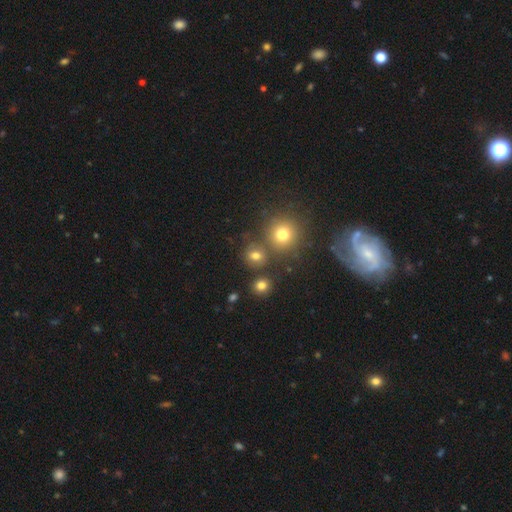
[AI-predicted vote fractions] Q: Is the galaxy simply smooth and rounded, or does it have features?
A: smooth — 71%.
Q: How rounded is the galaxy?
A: round — 76%.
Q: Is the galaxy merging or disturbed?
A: none — 71%.